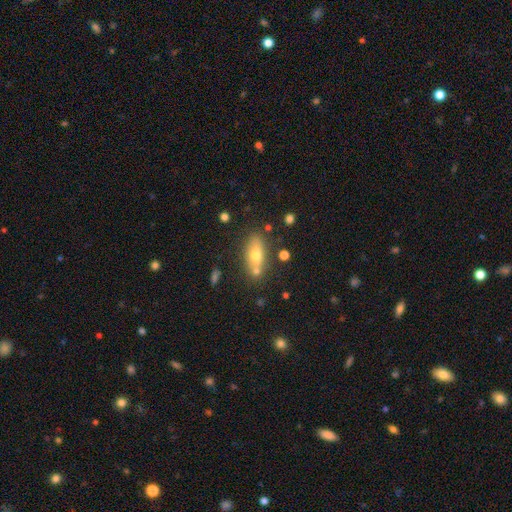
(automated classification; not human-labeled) Smooth or featured?
  - smooth: 59% *
  - featured or disk: 30%
  - star or artifact: 11%
How rounded?
  - in between: 73% *
  - cigar-shaped: 21%
  - round: 6%
Merging?
  - none: 73% *
  - minor disturbance: 12%
  - merger: 12%
  - major disturbance: 4%